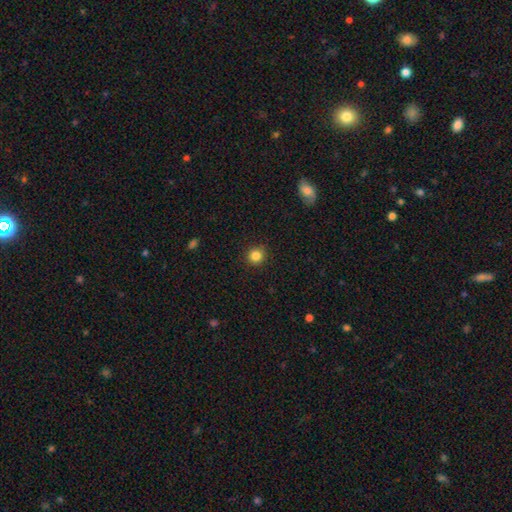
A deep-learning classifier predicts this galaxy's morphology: type=smooth (85%); roundness=round (93%); merging=none (91%).